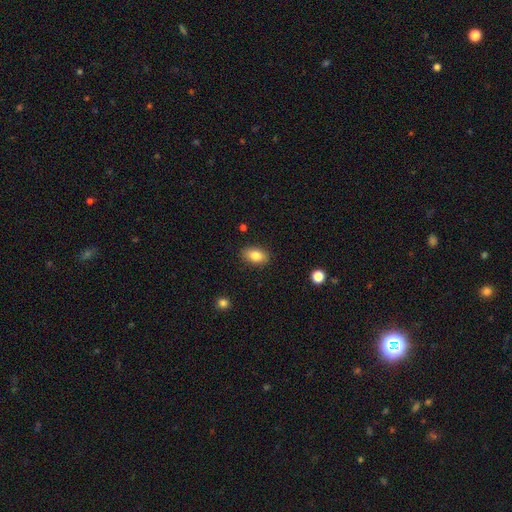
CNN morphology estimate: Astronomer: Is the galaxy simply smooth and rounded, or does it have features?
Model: smooth — 83%.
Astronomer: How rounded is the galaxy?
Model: in between — 89%.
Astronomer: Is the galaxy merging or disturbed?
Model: none — 87%.